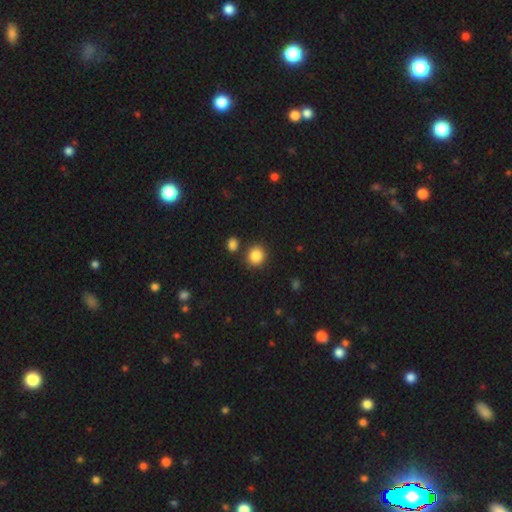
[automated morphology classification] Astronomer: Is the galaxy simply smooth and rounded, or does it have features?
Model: smooth — 87%.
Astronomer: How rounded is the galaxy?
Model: round — 83%.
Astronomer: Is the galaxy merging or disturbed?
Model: none — 82%.